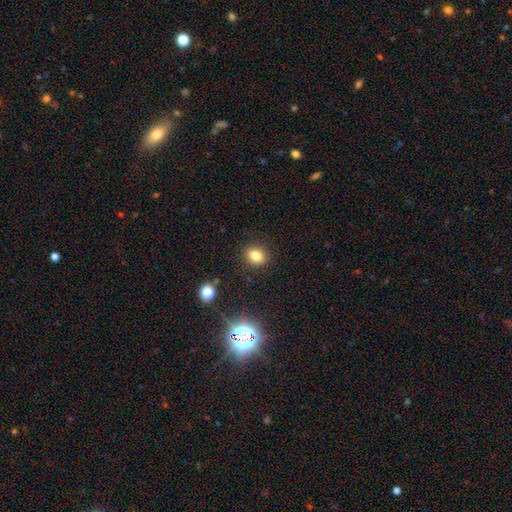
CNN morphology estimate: type=smooth (80%); roundness=in between (54%); merging=none (89%).